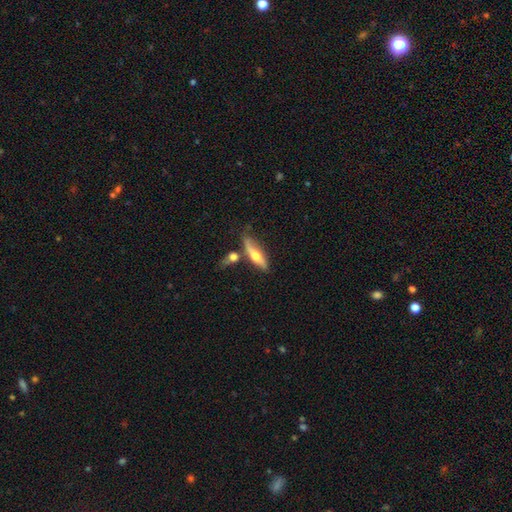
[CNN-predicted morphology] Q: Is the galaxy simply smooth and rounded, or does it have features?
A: featured or disk — 58%.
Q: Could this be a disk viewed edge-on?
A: yes — 80%.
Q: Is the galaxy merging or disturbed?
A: none — 61%.